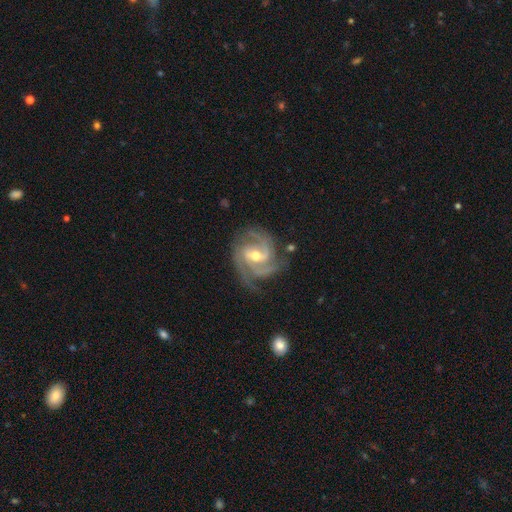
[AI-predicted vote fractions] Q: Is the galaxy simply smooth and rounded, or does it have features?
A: featured or disk — 93%.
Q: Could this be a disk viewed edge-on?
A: no — 98%.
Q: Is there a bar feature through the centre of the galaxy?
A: weak — 44%.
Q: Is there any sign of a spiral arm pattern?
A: yes — 99%.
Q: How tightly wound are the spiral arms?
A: tight — 52%.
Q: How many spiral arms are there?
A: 3 — 58%.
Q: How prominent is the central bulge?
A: moderate — 63%.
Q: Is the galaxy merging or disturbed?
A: none — 73%.